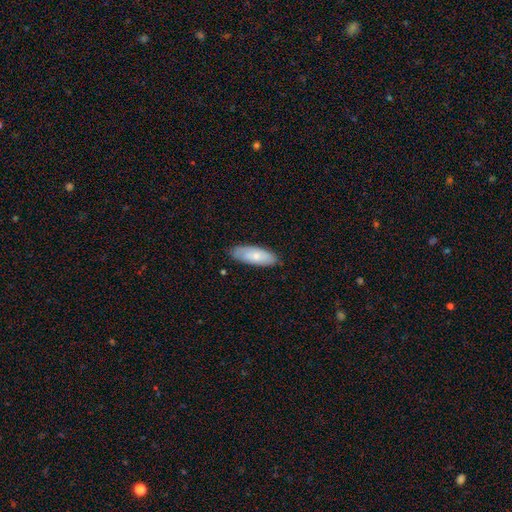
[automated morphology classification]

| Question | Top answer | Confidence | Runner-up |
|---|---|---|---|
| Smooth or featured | smooth | 71% | featured or disk (24%) |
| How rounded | in between | 72% | cigar-shaped (26%) |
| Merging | none | 81% | minor disturbance (16%) |